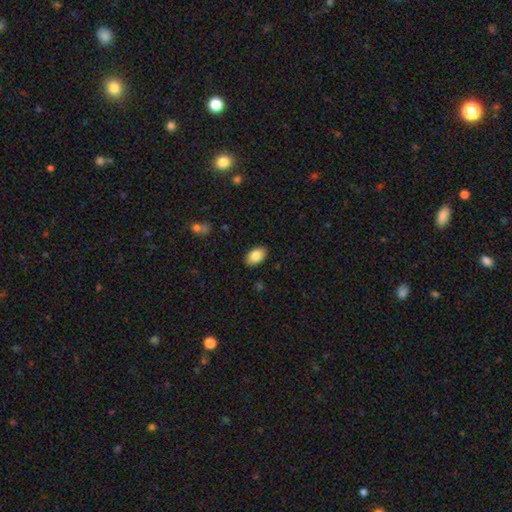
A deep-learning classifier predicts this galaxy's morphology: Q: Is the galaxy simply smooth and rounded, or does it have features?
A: smooth — 86%.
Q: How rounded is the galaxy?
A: in between — 92%.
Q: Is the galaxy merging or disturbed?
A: none — 89%.